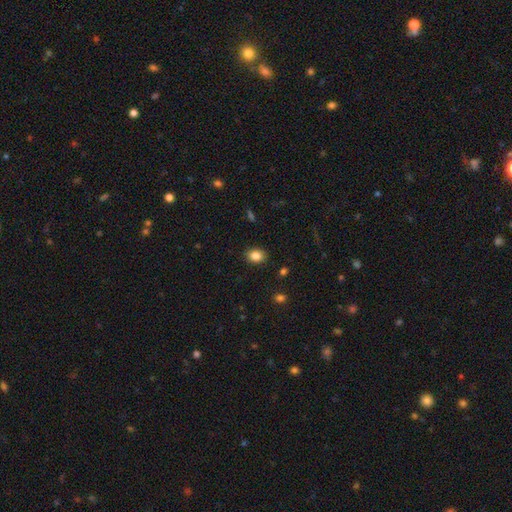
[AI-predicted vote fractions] A smooth galaxy with no disk features (85%) that is in between round and cigar-shaped (62%). Merging: none (88%).